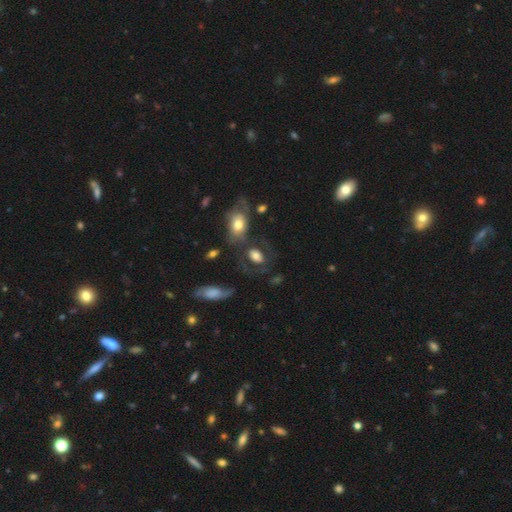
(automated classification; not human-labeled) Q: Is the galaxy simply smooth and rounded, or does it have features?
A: smooth — 61%.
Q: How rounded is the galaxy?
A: in between — 72%.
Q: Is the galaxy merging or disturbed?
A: none — 55%.